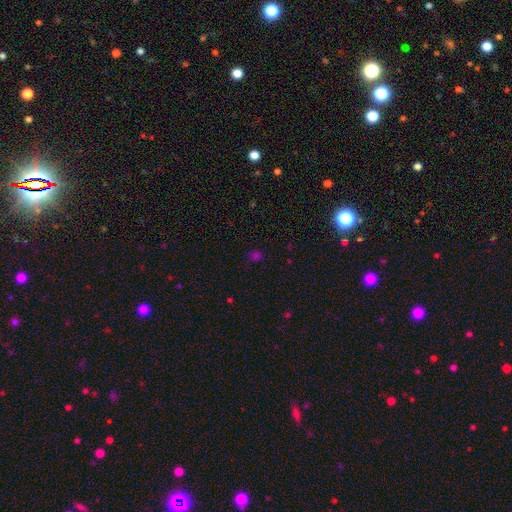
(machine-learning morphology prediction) A smooth galaxy with no disk features (64%) that is round (73%).

Vote fractions:
- Smooth or featured? smooth: 64% / star or artifact: 31% / featured or disk: 5%
- How rounded? round: 73% / in between: 25% / cigar-shaped: 1%
- Merging? none: 81% / minor disturbance: 12% / major disturbance: 4% / merger: 2%